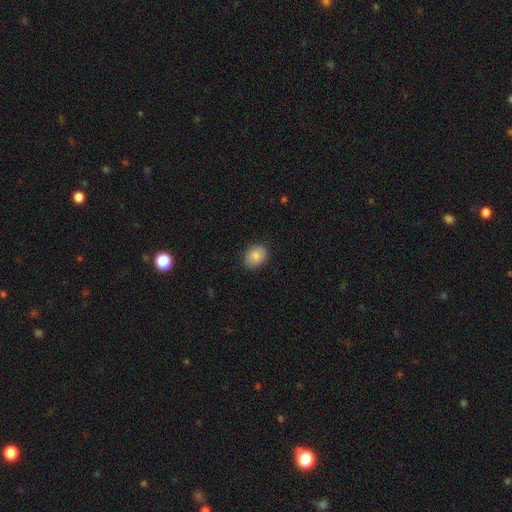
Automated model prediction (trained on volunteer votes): Morphology: type=smooth (86%); roundness=in between (62%); merging=none (86%).